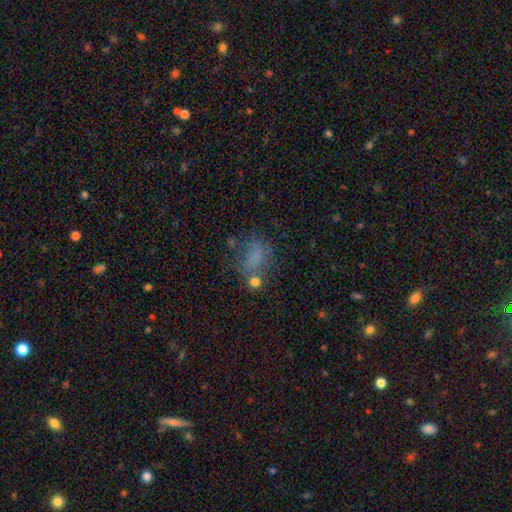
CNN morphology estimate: A smooth galaxy with no disk features (61%) that is in between round and cigar-shaped (73%). Merging: none (44%).